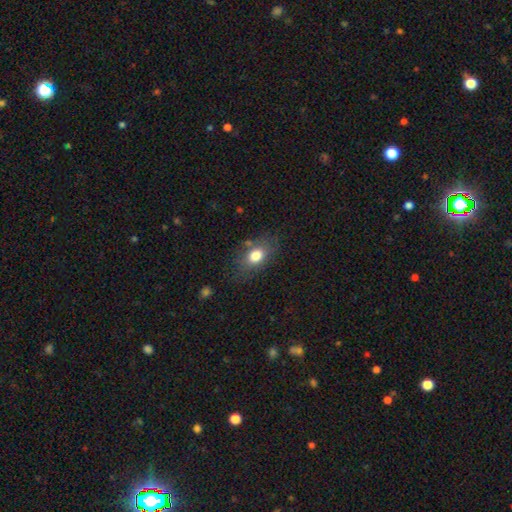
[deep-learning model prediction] Morphology: type=smooth (77%); roundness=in between (79%); merging=none (72%).